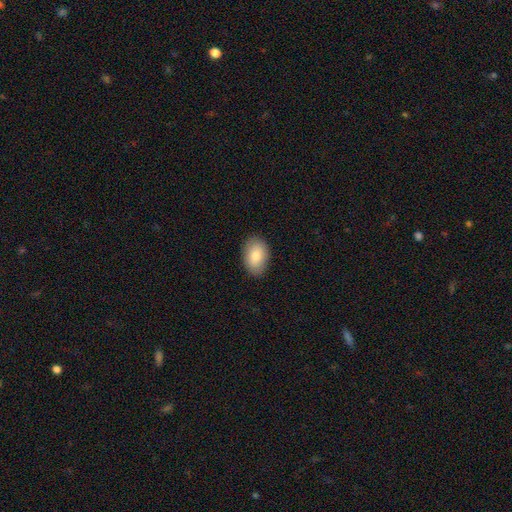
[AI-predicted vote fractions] Morphology: type=smooth (82%); roundness=in between (88%); merging=none (86%).